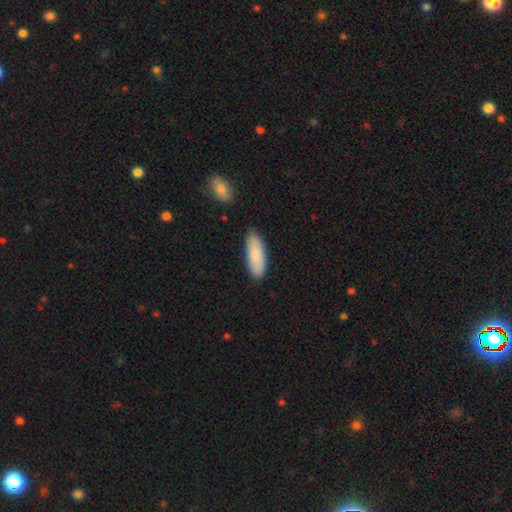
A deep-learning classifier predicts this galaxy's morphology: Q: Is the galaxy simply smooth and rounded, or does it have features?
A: smooth — 87%.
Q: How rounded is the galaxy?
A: in between — 69%.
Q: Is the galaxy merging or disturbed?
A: none — 80%.